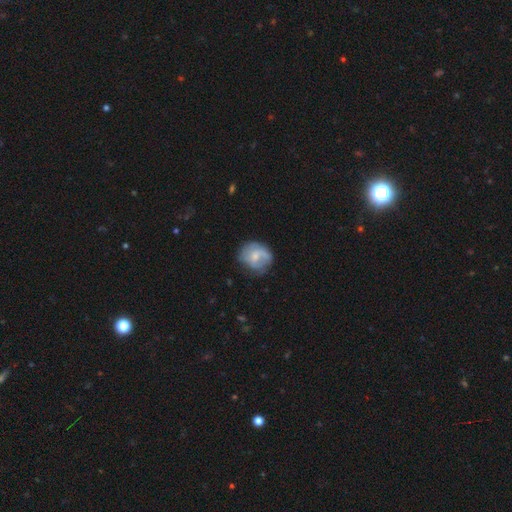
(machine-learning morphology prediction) Overall: smooth (47%; featured or disk 46%). Merging: none (56%; minor disturbance 28%).